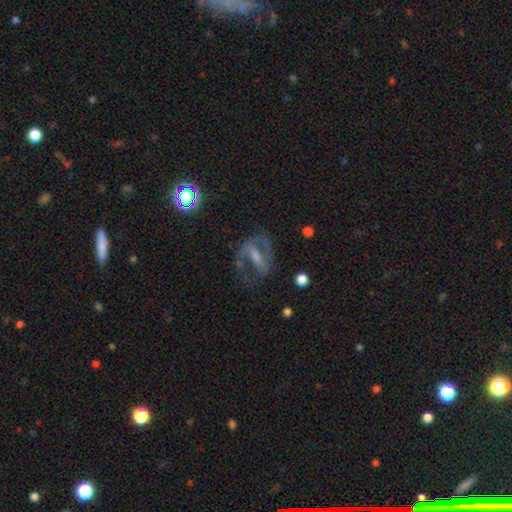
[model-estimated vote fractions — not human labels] Smooth or featured? featured or disk (72%)
Edge-on disk? no (92%)
Bar? strong (47%)
Spiral arms? yes (76%)
Spiral winding? medium (49%)
Spiral arm count? 2 (71%)
Bulge size? small (42%)
Merging? none (61%)